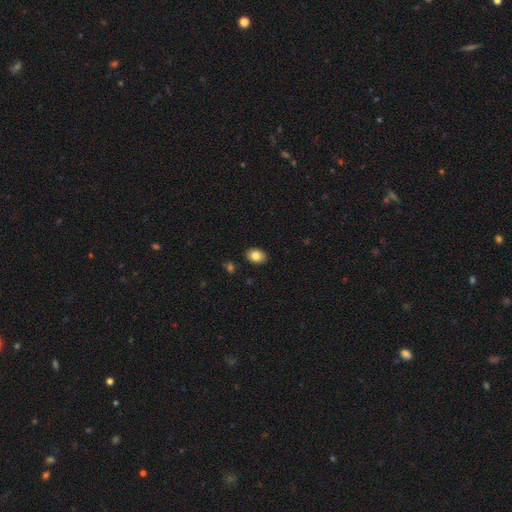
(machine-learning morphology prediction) Smooth or featured: smooth — 83% (star or artifact — 8%)
How rounded: in between — 73% (round — 26%)
Merging: none — 89% (minor disturbance — 8%)